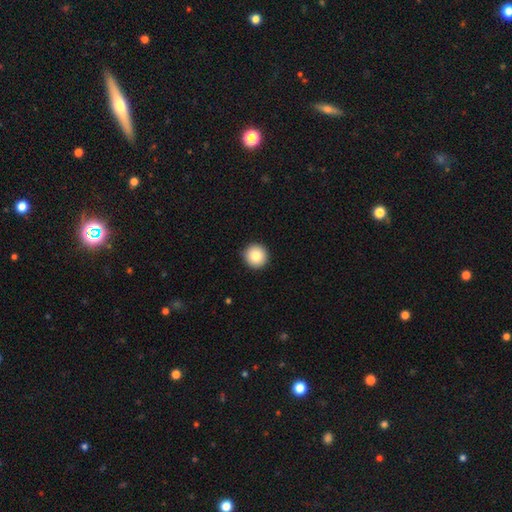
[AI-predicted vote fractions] The model was most divided on "smooth or featured": smooth: 84%, star or artifact: 9%, featured or disk: 8%. More confident: how rounded — round (96%); merging — none (92%).